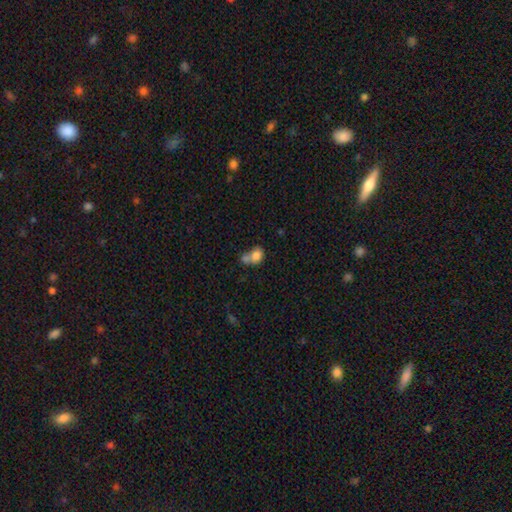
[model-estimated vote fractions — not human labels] Q: Smooth or featured?
A: smooth (78%); runner-up: featured or disk (12%)
Q: How rounded?
A: in between (54%); runner-up: round (44%)
Q: Merging?
A: merger (59%); runner-up: none (25%)